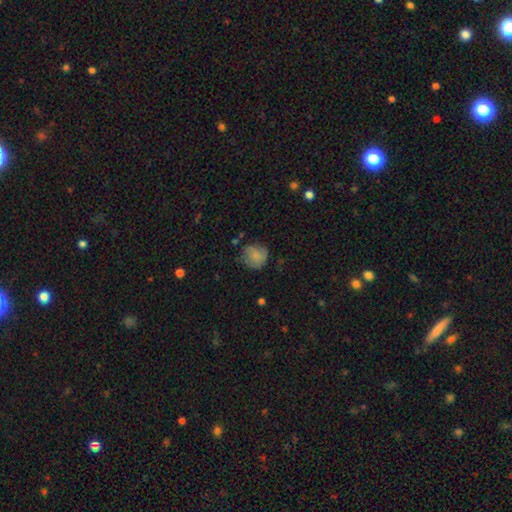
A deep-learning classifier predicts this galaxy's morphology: Smooth or featured? smooth (76%)
How rounded? round (84%)
Merging? none (62%)